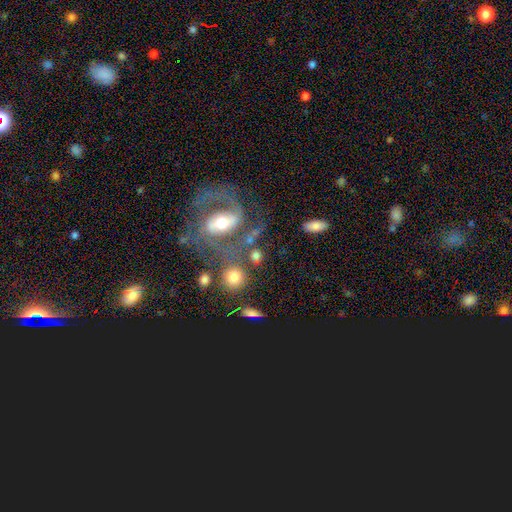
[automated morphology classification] This appears to be a smooth galaxy with no disk features (62%) that is round (58%). Merging: none (50%).